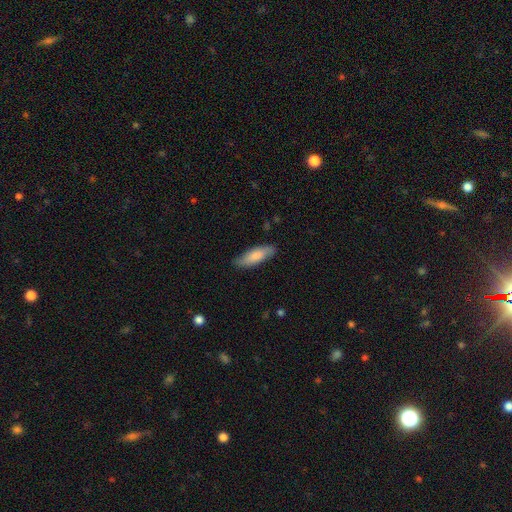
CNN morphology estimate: Overall: smooth (80%). How rounded: in between (58%; cigar-shaped 40%). Merging: none (82%).